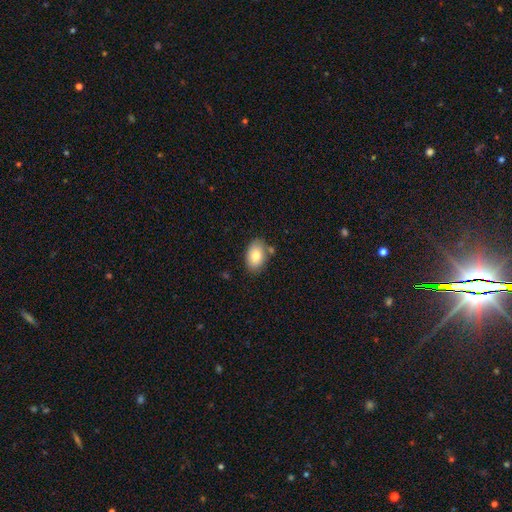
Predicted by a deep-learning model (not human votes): Smooth or featured?
  - smooth: 80% *
  - featured or disk: 13%
  - star or artifact: 7%
How rounded?
  - in between: 88% *
  - round: 11%
  - cigar-shaped: 1%
Merging?
  - none: 74% *
  - minor disturbance: 16%
  - merger: 7%
  - major disturbance: 3%